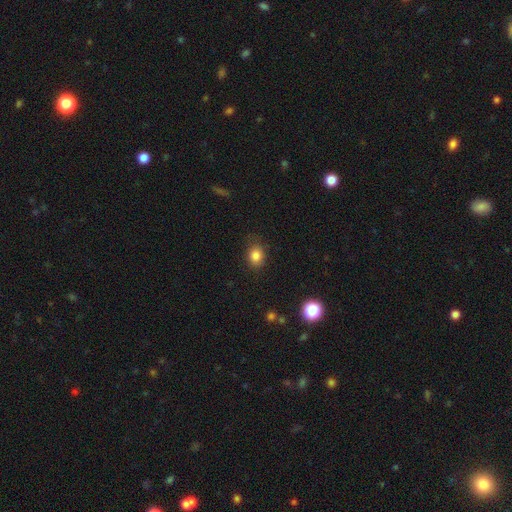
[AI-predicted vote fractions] This appears to be a smooth galaxy with no disk features (83%) that is round (52%). Merging: none (79%).